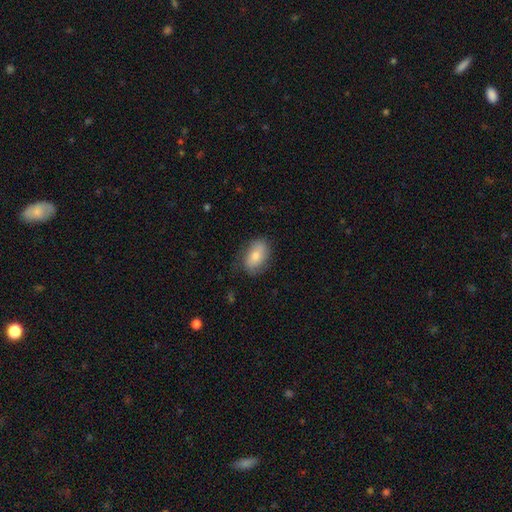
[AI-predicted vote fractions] A smooth galaxy with no disk features (73%) that is in between round and cigar-shaped (89%). Merging: none (74%).